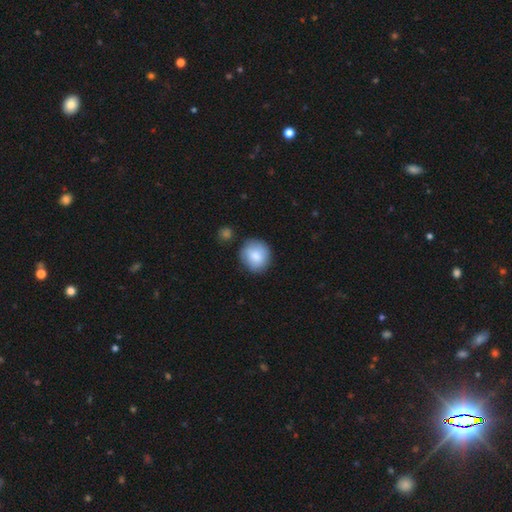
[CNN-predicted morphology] Smooth or featured? Predicted: smooth (p=0.83). How rounded? Predicted: round (p=0.86). Merging? Predicted: none (p=0.81).